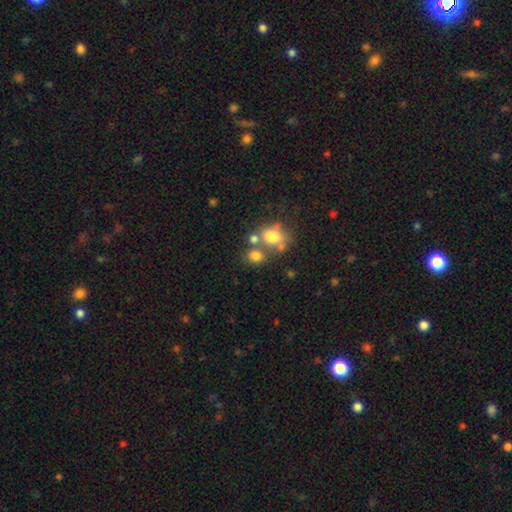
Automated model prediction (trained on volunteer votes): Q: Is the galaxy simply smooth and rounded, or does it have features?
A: smooth — 73%.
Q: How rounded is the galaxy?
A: round — 59%.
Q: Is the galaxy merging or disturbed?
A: none — 49%.